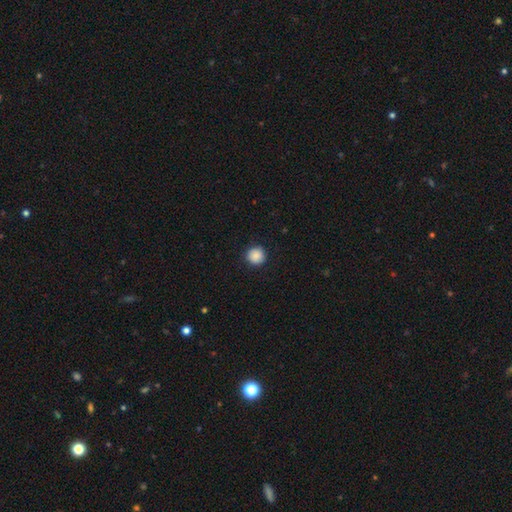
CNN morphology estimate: Smooth or featured? Predicted: smooth (p=0.88). How rounded? Predicted: round (p=0.95). Merging? Predicted: none (p=0.90).